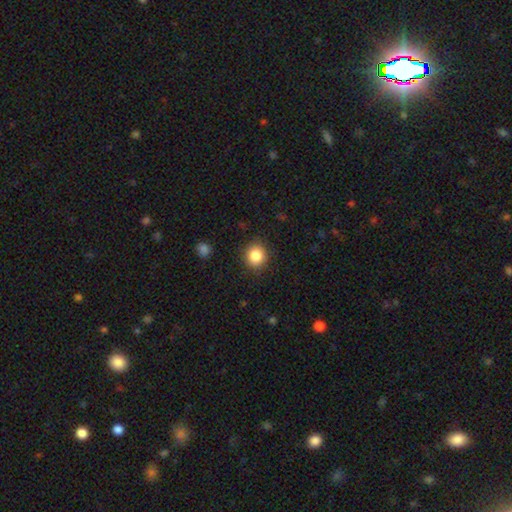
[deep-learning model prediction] Q: Smooth or featured?
A: smooth (85%); runner-up: star or artifact (10%)
Q: How rounded?
A: round (86%); runner-up: in between (14%)
Q: Merging?
A: none (89%); runner-up: minor disturbance (8%)